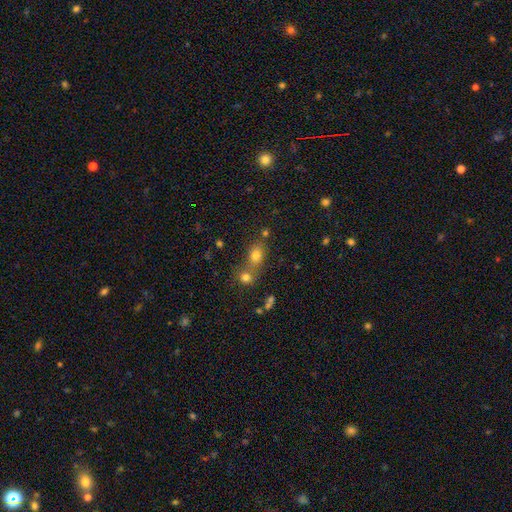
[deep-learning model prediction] This is likely a smooth galaxy (75%). How rounded: likely in between (64%). Merging: possibly none (47%).